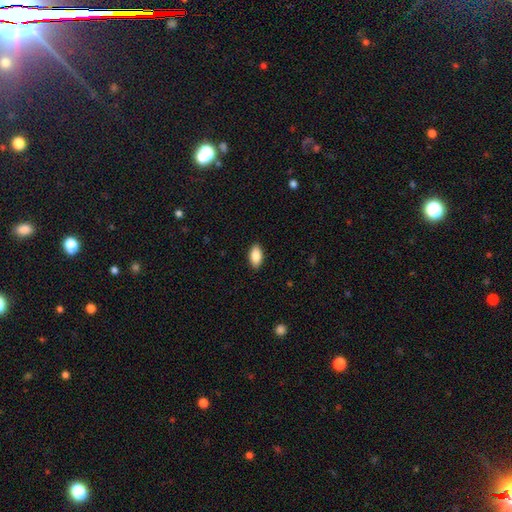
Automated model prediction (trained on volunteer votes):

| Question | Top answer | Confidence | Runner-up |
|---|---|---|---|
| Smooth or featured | smooth | 87% | star or artifact (7%) |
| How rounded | in between | 93% | cigar-shaped (4%) |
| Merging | none | 89% | minor disturbance (8%) |